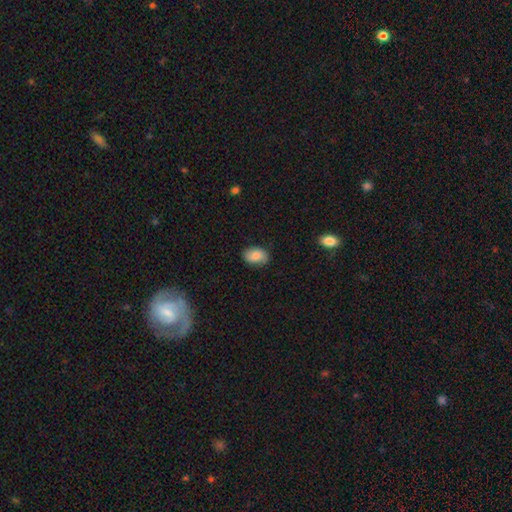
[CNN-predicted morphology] A smooth galaxy with no disk features (82%) that is in between round and cigar-shaped (86%). Merging: none (80%).